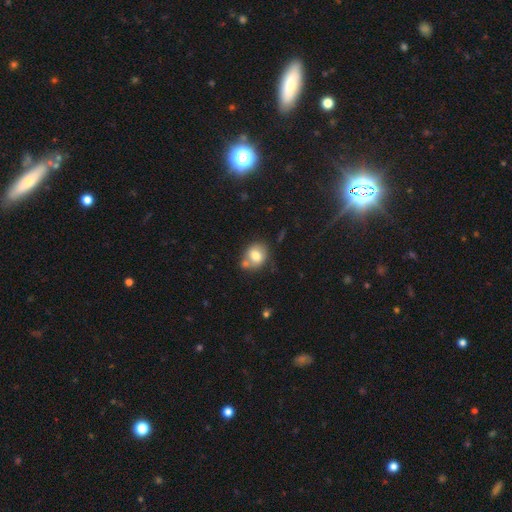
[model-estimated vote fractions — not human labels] This appears to be a smooth galaxy with no disk features (75%) that is round (66%). Merging: none (57%).